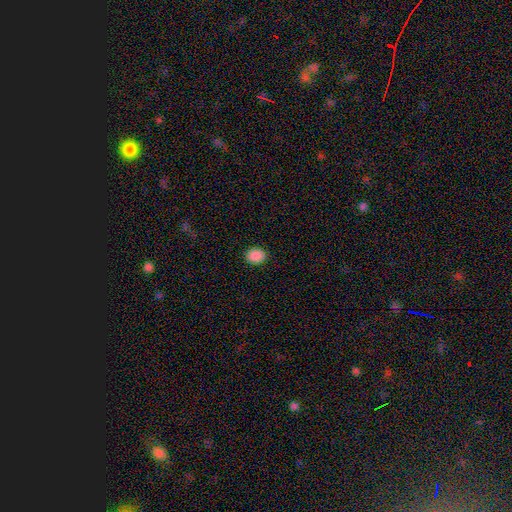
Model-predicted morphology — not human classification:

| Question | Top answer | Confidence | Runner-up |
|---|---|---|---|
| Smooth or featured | smooth | 89% | star or artifact (8%) |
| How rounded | round | 51% | in between (48%) |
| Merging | none | 91% | minor disturbance (6%) |